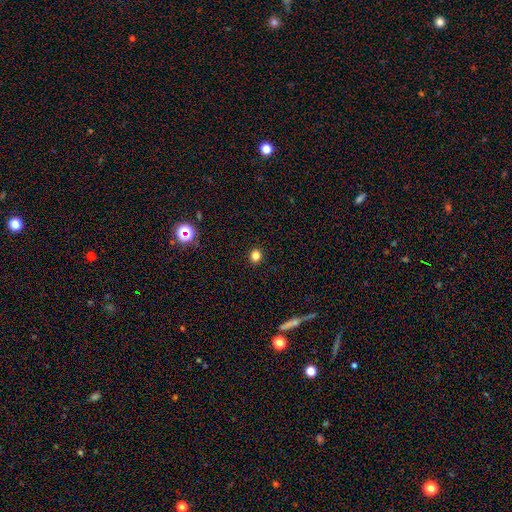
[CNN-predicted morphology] smooth_or_featured: smooth (p=0.81) [alt: star or artifact p=0.14]
how_rounded: round (p=0.85) [alt: in between p=0.14]
merging: none (p=0.92) [alt: minor disturbance p=0.05]